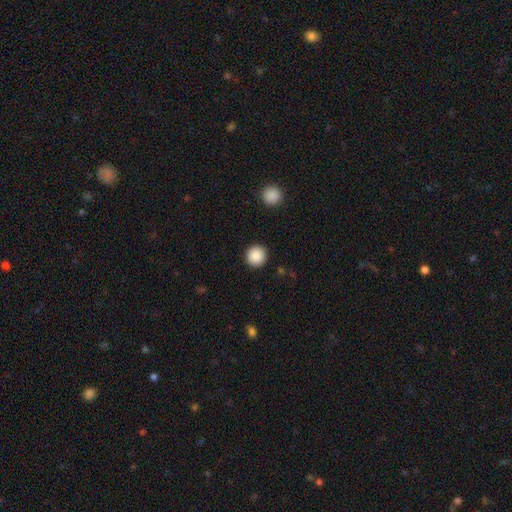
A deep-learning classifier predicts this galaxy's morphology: smooth-or-featured: smooth: 88% | star or artifact: 9% | featured or disk: 3%
  how-rounded: round: 95% | in between: 4% | cigar-shaped: 1%
  merging: none: 92% | minor disturbance: 5% | major disturbance: 2% | merger: 1%